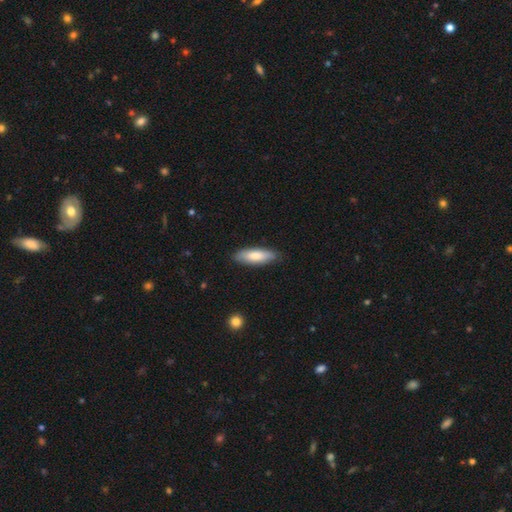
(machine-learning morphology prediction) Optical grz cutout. It shows a smooth galaxy with no disk features (78%) that is in between round and cigar-shaped (53%). Merging: none (85%).